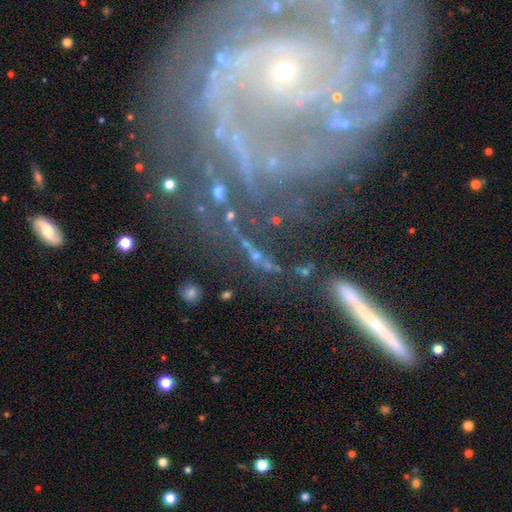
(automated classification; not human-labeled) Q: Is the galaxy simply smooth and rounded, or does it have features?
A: featured or disk — 40%.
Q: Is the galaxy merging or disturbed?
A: none — 64%.